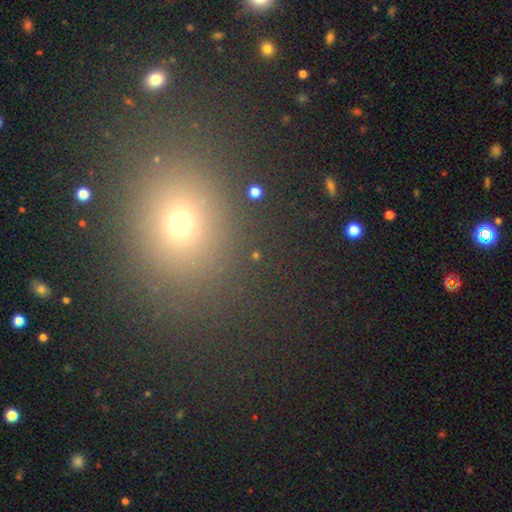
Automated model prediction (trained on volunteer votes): Smooth or featured? smooth (60%)
How rounded? round (63%)
Merging? none (86%)